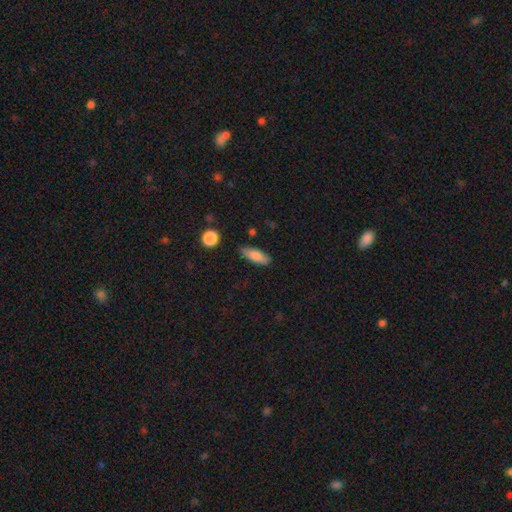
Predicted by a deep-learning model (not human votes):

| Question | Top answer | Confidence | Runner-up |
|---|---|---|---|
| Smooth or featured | smooth | 82% | featured or disk (11%) |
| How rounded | in between | 64% | cigar-shaped (33%) |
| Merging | none | 82% | minor disturbance (13%) |